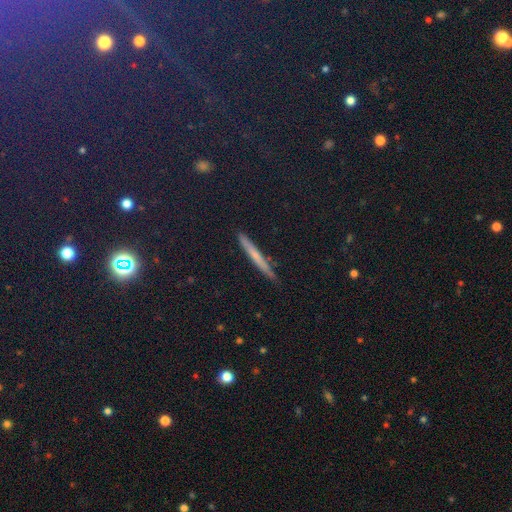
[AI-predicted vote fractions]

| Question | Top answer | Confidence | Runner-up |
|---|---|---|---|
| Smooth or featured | smooth | 50% | featured or disk (29%) |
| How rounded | cigar-shaped | 92% | in between (4%) |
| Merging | none | 89% | minor disturbance (8%) |